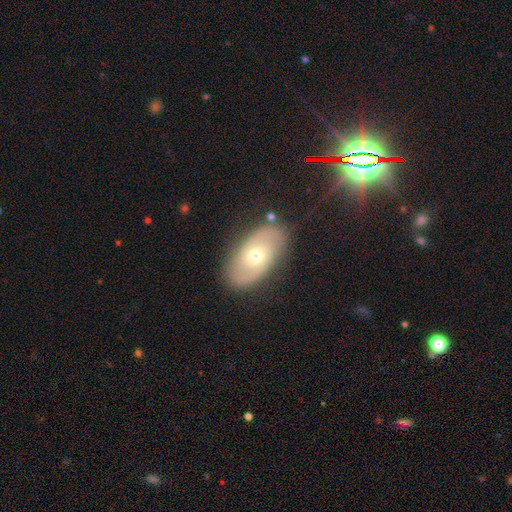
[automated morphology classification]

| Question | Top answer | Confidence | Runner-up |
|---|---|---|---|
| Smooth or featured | featured or disk | 71% | smooth (22%) |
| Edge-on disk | no | 94% | yes (6%) |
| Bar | no | 68% | weak (26%) |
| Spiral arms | yes | 84% | no (16%) |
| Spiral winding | medium | 43% | tight (37%) |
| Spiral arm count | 2 | 84% | can't tell (10%) |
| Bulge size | moderate | 59% | small (36%) |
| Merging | none | 84% | minor disturbance (11%) |